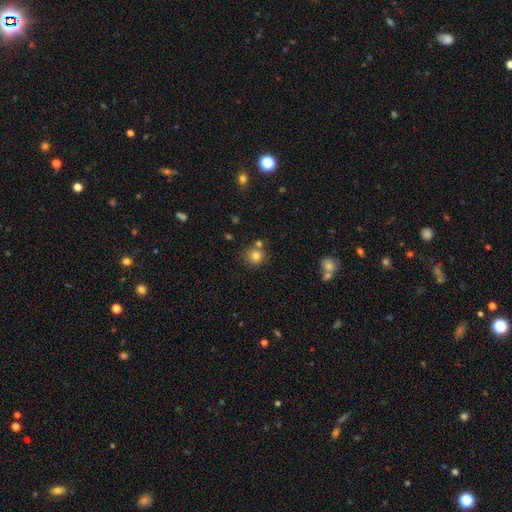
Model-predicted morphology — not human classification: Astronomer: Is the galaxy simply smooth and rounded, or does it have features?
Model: smooth — 79%.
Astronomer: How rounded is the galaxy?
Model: round — 90%.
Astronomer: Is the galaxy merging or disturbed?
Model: none — 69%.